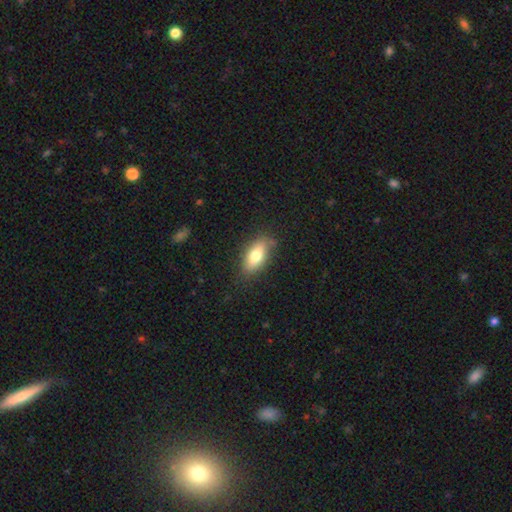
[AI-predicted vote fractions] The model was most divided on "smooth or featured": smooth: 75%, featured or disk: 18%, star or artifact: 7%. More confident: how rounded — in between (85%); merging — none (80%).